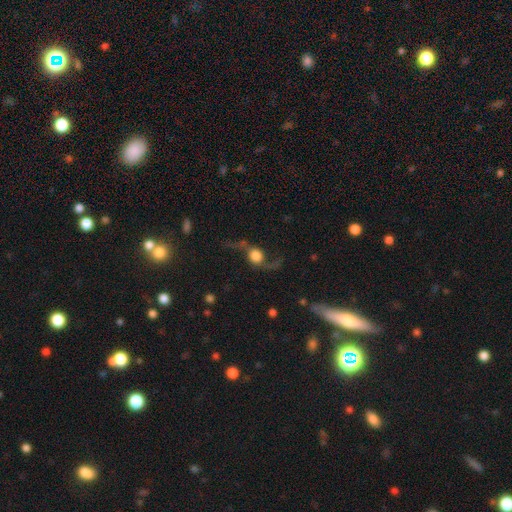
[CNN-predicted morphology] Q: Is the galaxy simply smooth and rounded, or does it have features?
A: featured or disk — 71%.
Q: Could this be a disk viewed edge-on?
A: no — 87%.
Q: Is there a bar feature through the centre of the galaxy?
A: no — 73%.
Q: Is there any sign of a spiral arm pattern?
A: yes — 91%.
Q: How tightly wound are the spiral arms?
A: loose — 93%.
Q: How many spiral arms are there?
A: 2 — 91%.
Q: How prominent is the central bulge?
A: large — 40%.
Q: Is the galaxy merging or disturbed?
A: none — 56%.